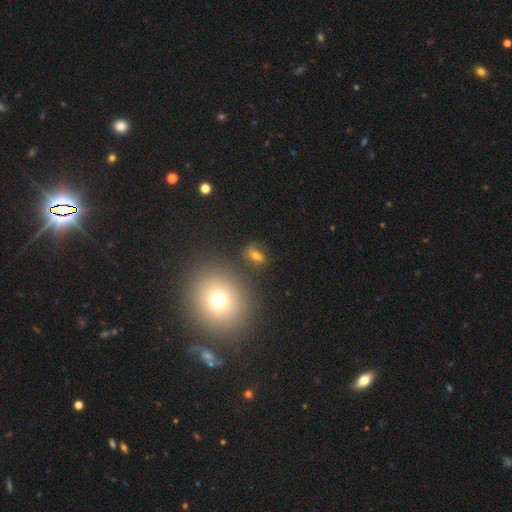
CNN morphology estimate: smooth-or-featured: smooth: 52% | featured or disk: 24% | star or artifact: 24%
  how-rounded: in between: 60% | round: 34% | cigar-shaped: 6%
  merging: none: 69% | minor disturbance: 15% | merger: 8% | major disturbance: 7%